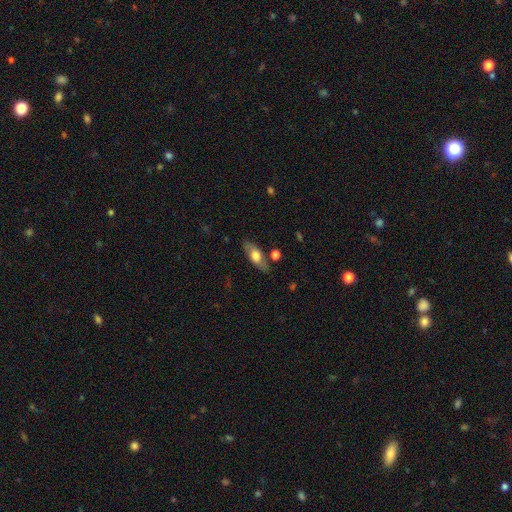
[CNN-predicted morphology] smooth 59%, featured or disk 35%, star or artifact 6%. Down the decision tree: how rounded — in between (73%); merging — none (79%).